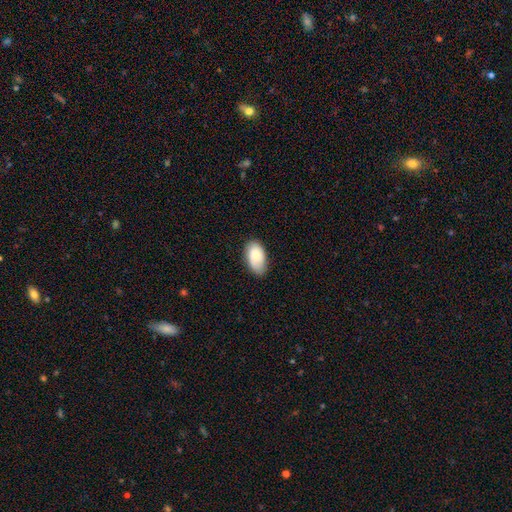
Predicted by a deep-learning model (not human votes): Q: Smooth or featured?
A: smooth (77%); runner-up: featured or disk (17%)
Q: How rounded?
A: in between (94%); runner-up: round (4%)
Q: Merging?
A: none (74%); runner-up: minor disturbance (21%)